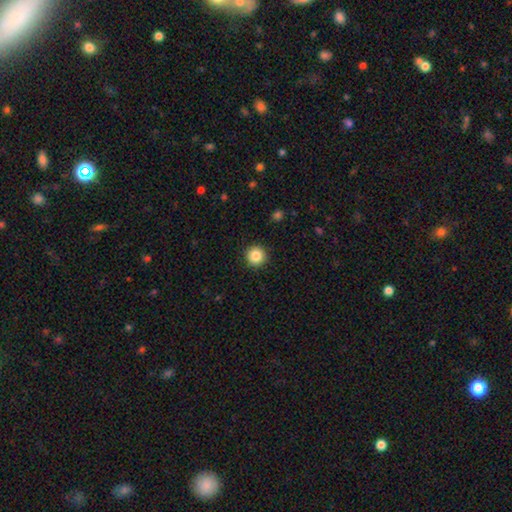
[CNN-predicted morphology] type=smooth (86%); roundness=round (96%); merging=none (92%).